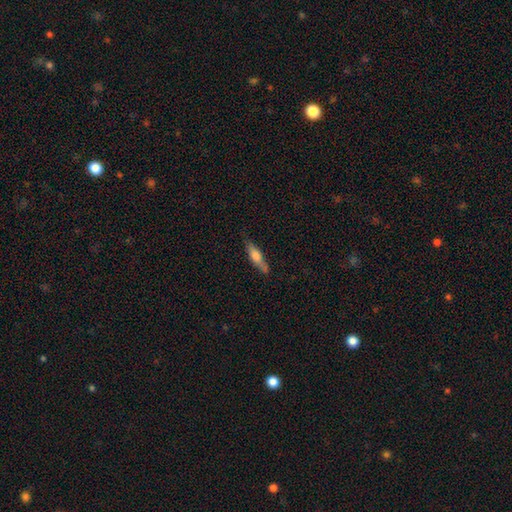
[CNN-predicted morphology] This appears to be a smooth galaxy with no disk features (61%) that is cigar-shaped (66%). Merging: none (72%).